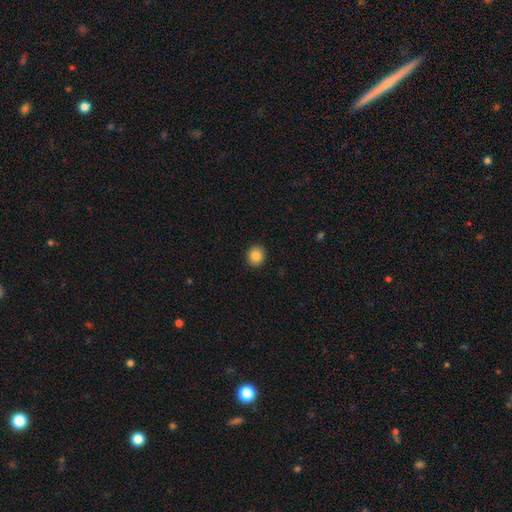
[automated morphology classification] type=smooth (86%); roundness=round (88%); merging=none (92%).